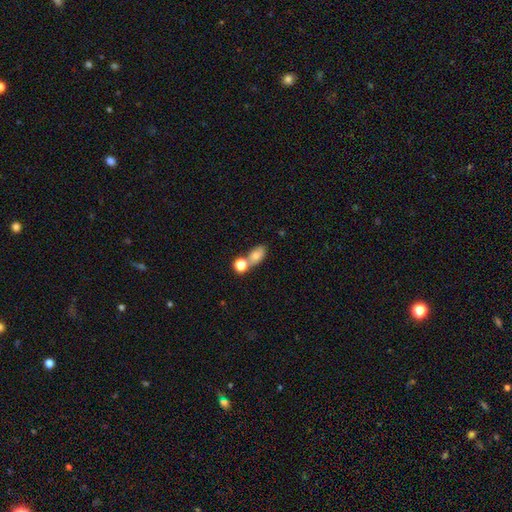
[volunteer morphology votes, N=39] A smooth galaxy with no disk features (74%) that is in between round and cigar-shaped (76%).

Vote fractions:
- Smooth or featured? smooth: 74% / featured or disk: 15% / star or artifact: 10%
- How rounded? in between: 76% / round: 17% / cigar-shaped: 7%
- Merging? none: 51% / merger: 43% / minor disturbance: 6% / major disturbance: 0%